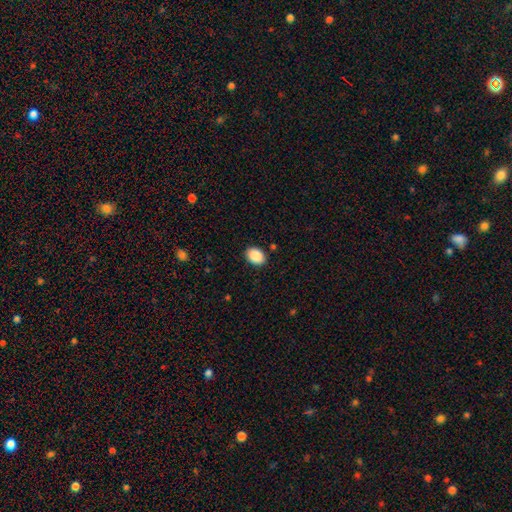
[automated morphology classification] This appears to be a smooth galaxy with no disk features (90%) that is in between round and cigar-shaped (68%). Merging: none (88%).